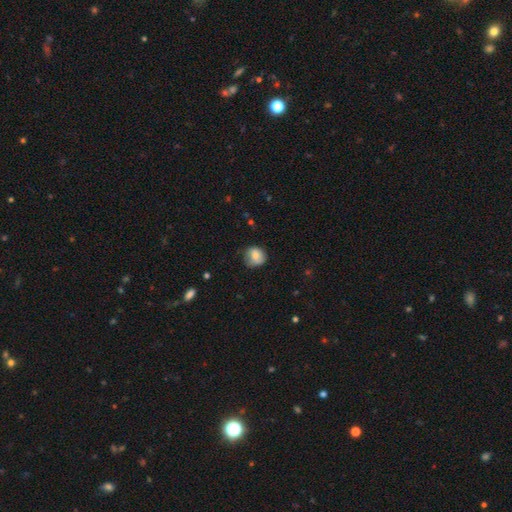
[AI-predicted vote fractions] Smooth or featured? smooth (74%)
How rounded? round (78%)
Merging? none (65%)